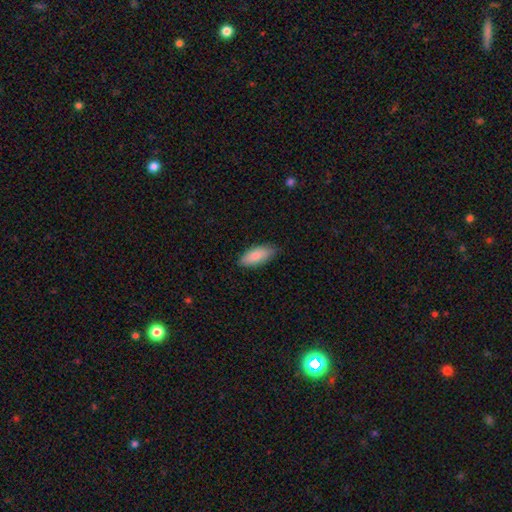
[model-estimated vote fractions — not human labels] This appears to be a smooth galaxy with no disk features (86%) that is in between round and cigar-shaped (84%). Merging: none (81%).